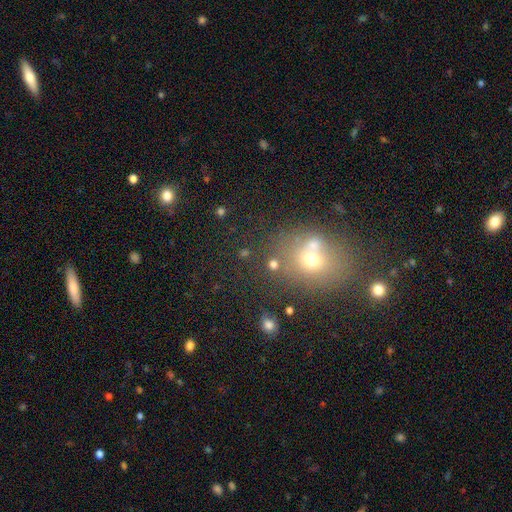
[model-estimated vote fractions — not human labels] A smooth galaxy with no disk features (51%) that is round (61%). Merging: none (71%).